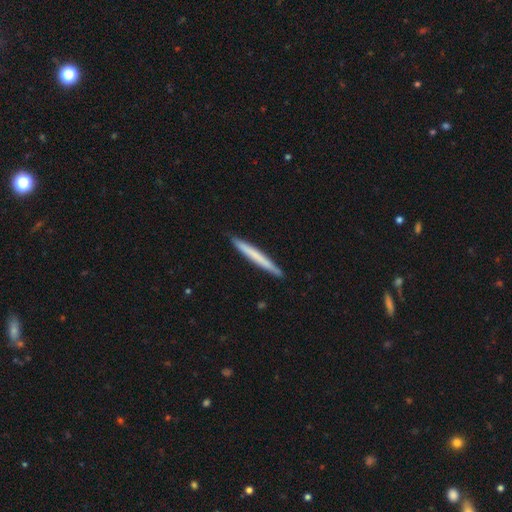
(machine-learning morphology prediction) This is likely a smooth galaxy (63%). How rounded: clearly cigar-shaped (97%). Merging: clearly none (91%).